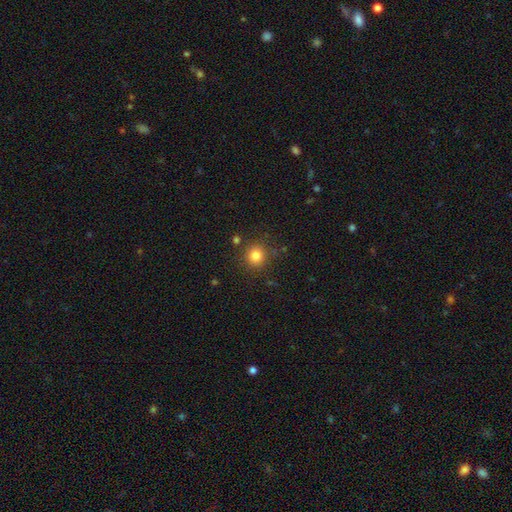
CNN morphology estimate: A smooth galaxy with no disk features (82%) that is round (91%). Merging: none (86%).